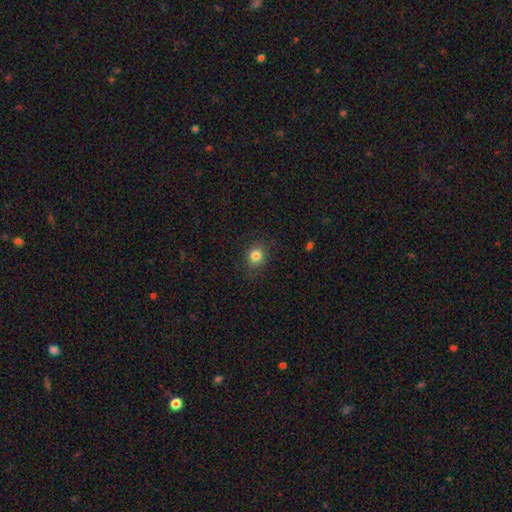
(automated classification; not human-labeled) smooth 83%, star or artifact 11%, featured or disk 6%. Down the decision tree: how rounded — round (76%); merging — none (83%).